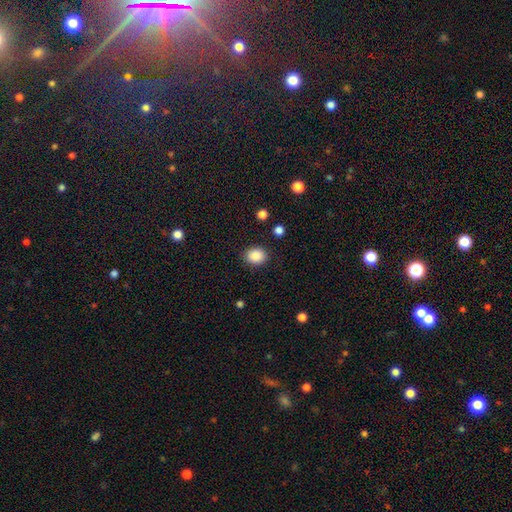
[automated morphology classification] Smooth or featured: smooth — 88% (star or artifact — 9%)
How rounded: round — 55% (in between — 44%)
Merging: none — 88% (minor disturbance — 8%)